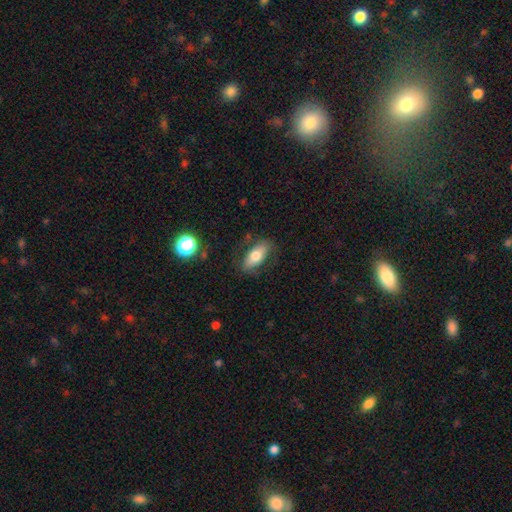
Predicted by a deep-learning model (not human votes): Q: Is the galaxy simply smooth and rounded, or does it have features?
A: smooth — 69%.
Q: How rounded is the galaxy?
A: in between — 84%.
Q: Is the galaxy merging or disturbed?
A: none — 79%.